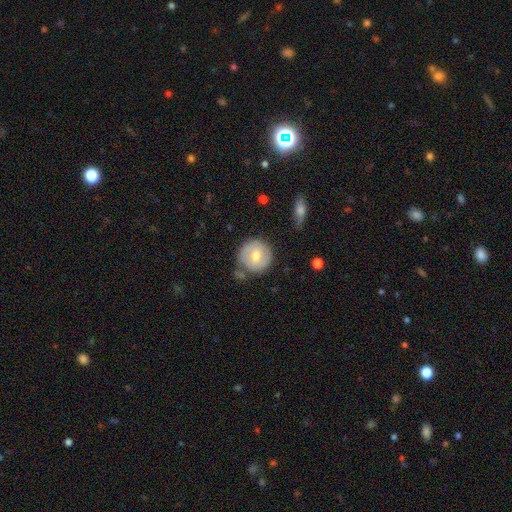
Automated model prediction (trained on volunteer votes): Smooth or featured? smooth (59%)
How rounded? round (93%)
Merging? none (74%)